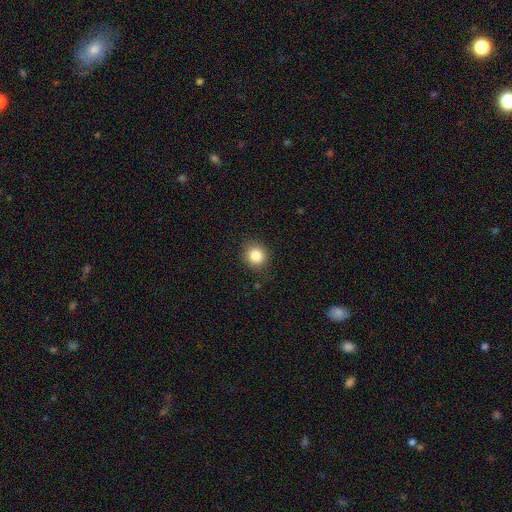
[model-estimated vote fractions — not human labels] This appears to be a smooth galaxy with no disk features (84%) that is round (84%). Merging: none (85%).